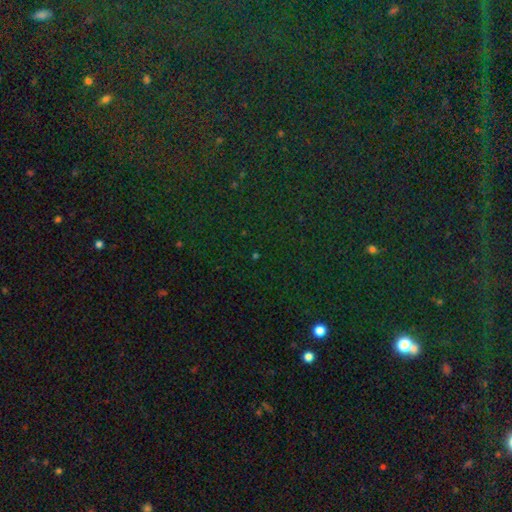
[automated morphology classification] Q: Smooth or featured?
A: star or artifact (73%); runner-up: smooth (19%)